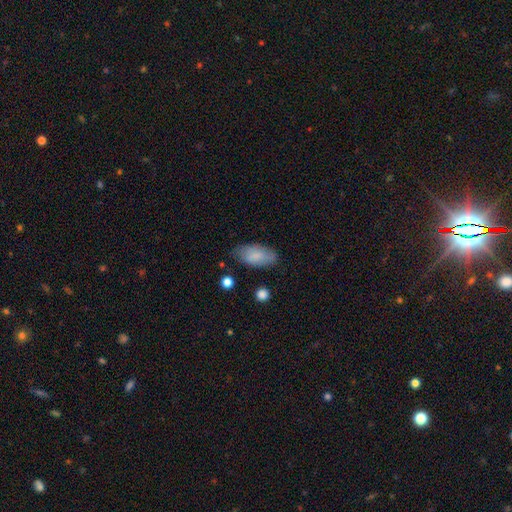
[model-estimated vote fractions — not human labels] This appears to be a smooth galaxy with no disk features (82%) that is in between round and cigar-shaped (93%). Merging: none (75%).